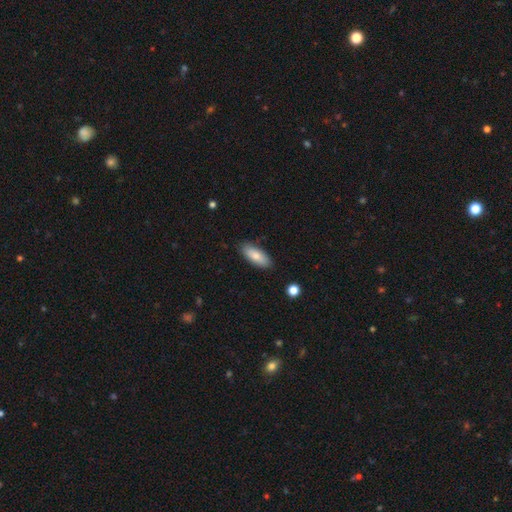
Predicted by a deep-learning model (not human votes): Smooth or featured? smooth (79%)
How rounded? in between (78%)
Merging? none (84%)